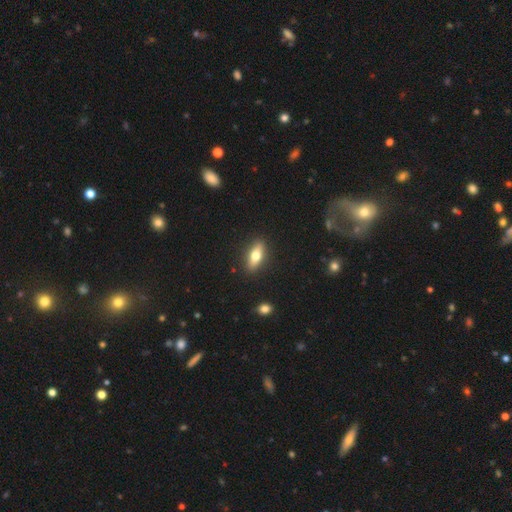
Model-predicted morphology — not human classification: Smooth or featured: smooth — 62% (featured or disk — 31%)
How rounded: in between — 64% (cigar-shaped — 32%)
Merging: none — 89% (minor disturbance — 8%)